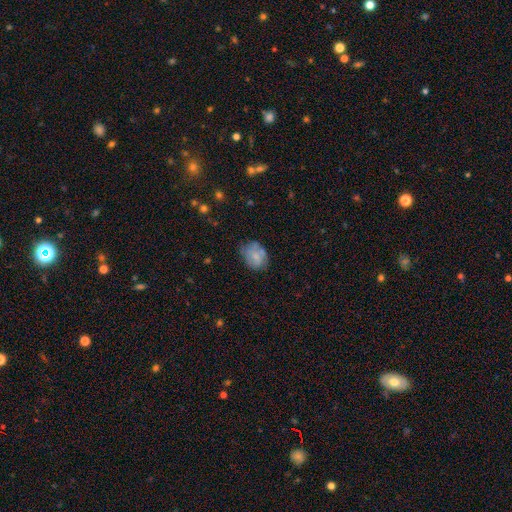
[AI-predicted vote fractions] A smooth galaxy with no disk features (60%) that is in between round and cigar-shaped (67%).

Vote fractions:
- Smooth or featured? smooth: 60% / featured or disk: 31% / star or artifact: 9%
- How rounded? in between: 67% / round: 31% / cigar-shaped: 1%
- Merging? none: 55% / minor disturbance: 29% / major disturbance: 10% / merger: 5%